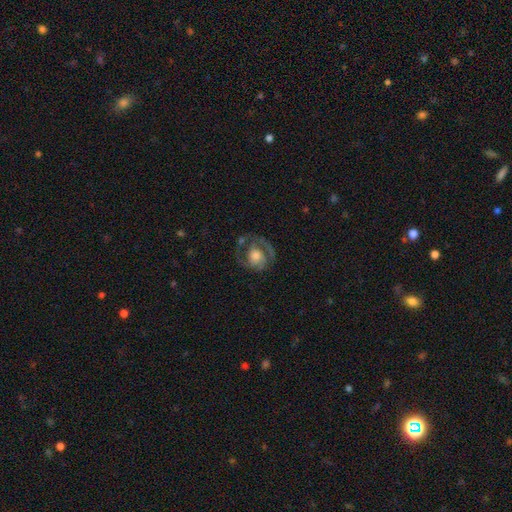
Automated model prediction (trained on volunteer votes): smooth_or_featured: featured or disk (p=0.72) [alt: smooth p=0.22]
disk_edge_on: no (p=0.97) [alt: yes p=0.03]
bar: no (p=0.71) [alt: weak p=0.23]
has_spiral_arms: yes (p=0.84) [alt: no p=0.16]
spiral_winding: medium (p=0.43) [alt: tight p=0.40]
spiral_arm_count: 2 (p=0.62) [alt: 1 p=0.19]
bulge_size: moderate (p=0.39) [tied with: large p=0.39]
merging: none (p=0.58) [alt: major disturbance p=0.20]